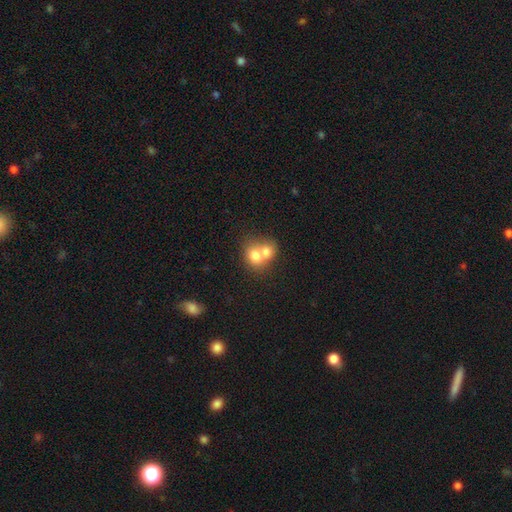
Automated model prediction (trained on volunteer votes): smooth-or-featured: smooth: 72% | featured or disk: 19% | star or artifact: 9%
  how-rounded: round: 61% | in between: 38% | cigar-shaped: 1%
  merging: merger: 71% | none: 21% | minor disturbance: 5% | major disturbance: 3%